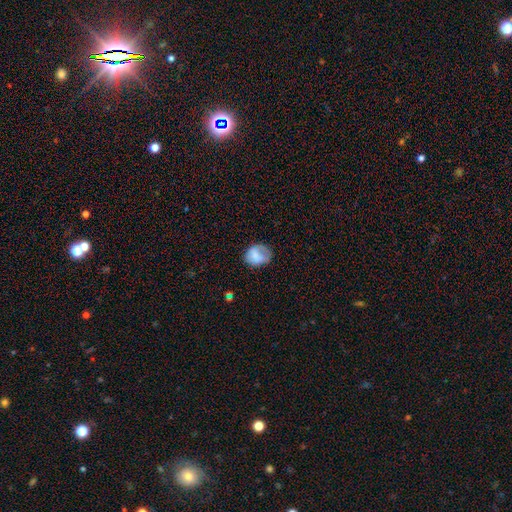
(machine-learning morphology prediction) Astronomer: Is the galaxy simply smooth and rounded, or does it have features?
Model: smooth — 74%.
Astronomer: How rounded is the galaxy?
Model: round — 53% (runner-up: in between, 46%).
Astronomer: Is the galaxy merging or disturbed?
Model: none — 56%.